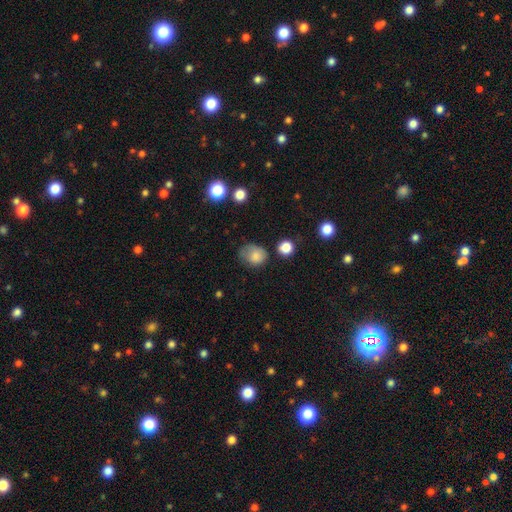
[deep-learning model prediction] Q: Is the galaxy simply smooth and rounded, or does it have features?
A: smooth — 79%.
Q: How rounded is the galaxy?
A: round — 50%.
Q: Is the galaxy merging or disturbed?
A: none — 42%.